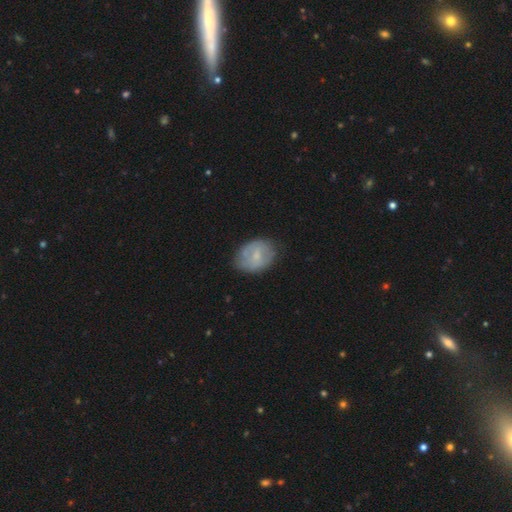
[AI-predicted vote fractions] Smooth or featured: smooth — 53% (featured or disk — 41%)
How rounded: in between — 69% (round — 30%)
Merging: none — 69% (minor disturbance — 24%)